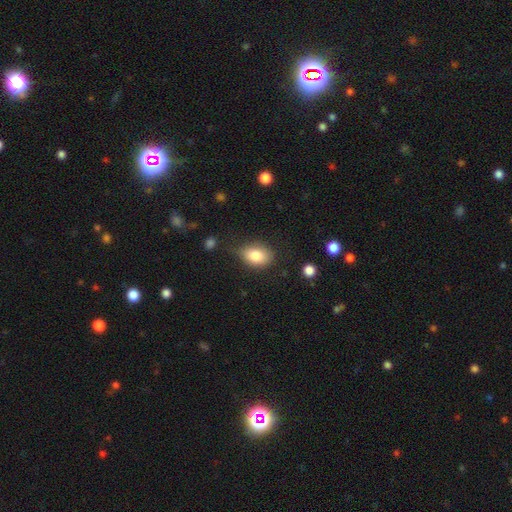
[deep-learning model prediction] Morphology: type=smooth (82%); roundness=in between (77%); merging=none (70%).